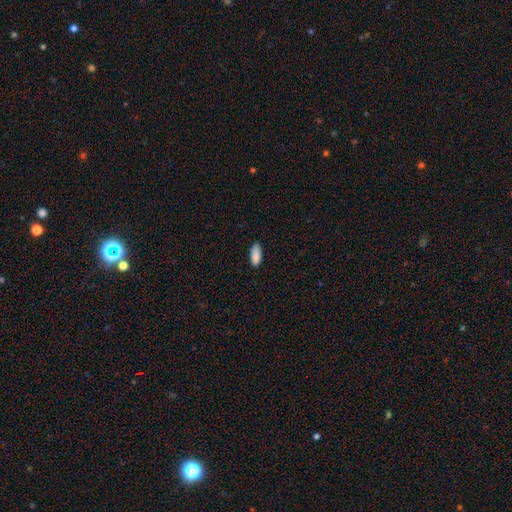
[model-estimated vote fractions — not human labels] The model was most divided on "how rounded": in between: 76%, cigar-shaped: 22%, round: 2%. More confident: smooth or featured — smooth (89%); merging — none (83%).